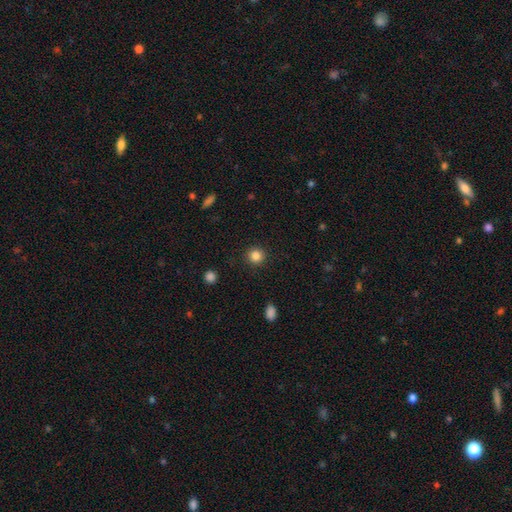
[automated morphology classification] Q: Smooth or featured?
A: smooth (84%); runner-up: star or artifact (11%)
Q: How rounded?
A: round (93%); runner-up: in between (7%)
Q: Merging?
A: none (91%); runner-up: minor disturbance (6%)